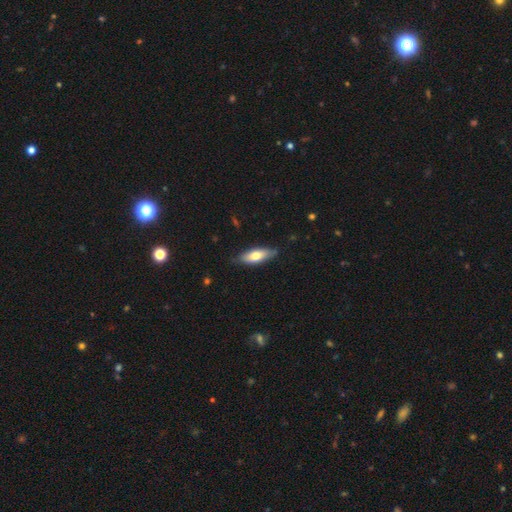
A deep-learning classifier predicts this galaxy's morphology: smooth-or-featured: smooth: 67% | featured or disk: 27% | star or artifact: 6%
  how-rounded: in between: 70% | cigar-shaped: 28% | round: 2%
  merging: none: 79% | minor disturbance: 17% | major disturbance: 2% | merger: 1%